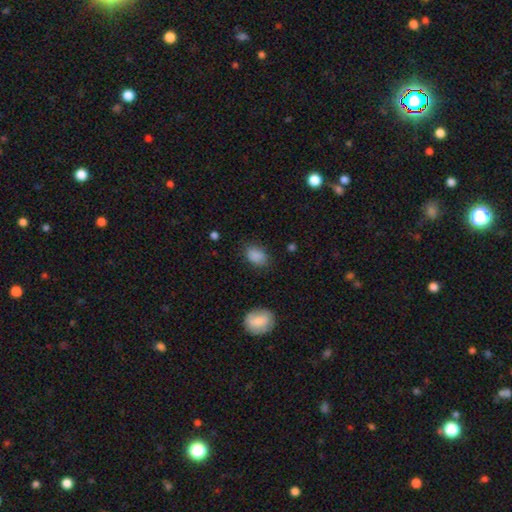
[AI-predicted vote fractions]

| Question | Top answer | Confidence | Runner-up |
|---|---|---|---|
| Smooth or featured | smooth | 87% | star or artifact (9%) |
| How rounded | in between | 83% | round (16%) |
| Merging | none | 79% | minor disturbance (16%) |